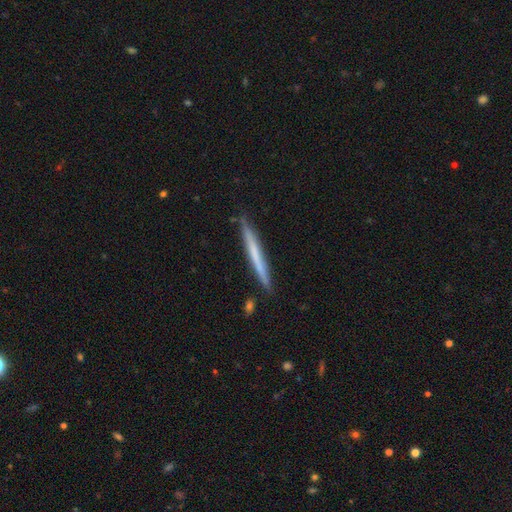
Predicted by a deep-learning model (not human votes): Overall: smooth (52%; featured or disk 43%). How rounded: cigar-shaped (97%). Merging: none (88%).